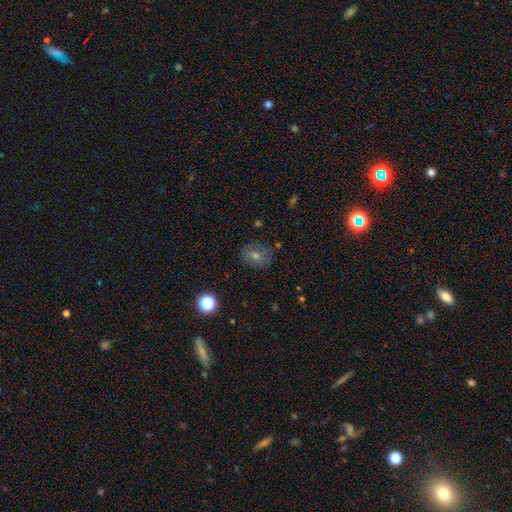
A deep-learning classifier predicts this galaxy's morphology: Overall: smooth (49%; featured or disk 26%). Merging: none (81%).